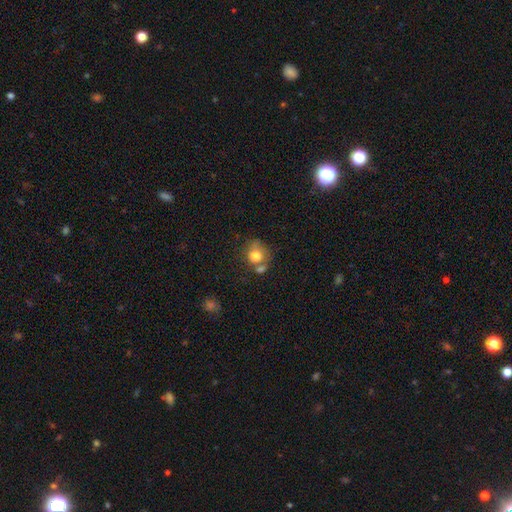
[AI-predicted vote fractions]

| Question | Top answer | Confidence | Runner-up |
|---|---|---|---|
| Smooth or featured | smooth | 77% | featured or disk (13%) |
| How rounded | round | 73% | in between (26%) |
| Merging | none | 43% | merger (29%) |